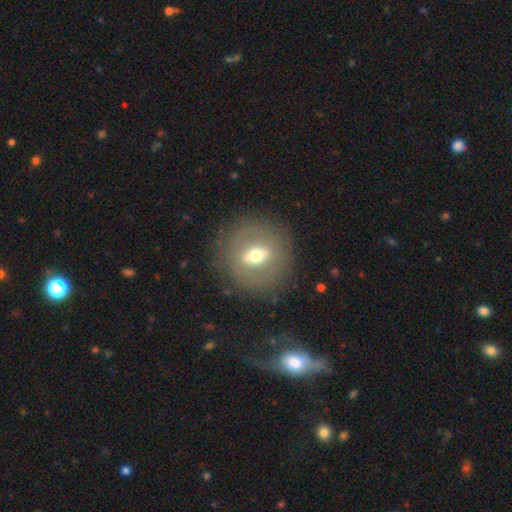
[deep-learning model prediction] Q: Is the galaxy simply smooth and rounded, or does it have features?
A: featured or disk — 52%.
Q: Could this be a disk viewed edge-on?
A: no — 86%.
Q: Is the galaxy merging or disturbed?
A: none — 82%.